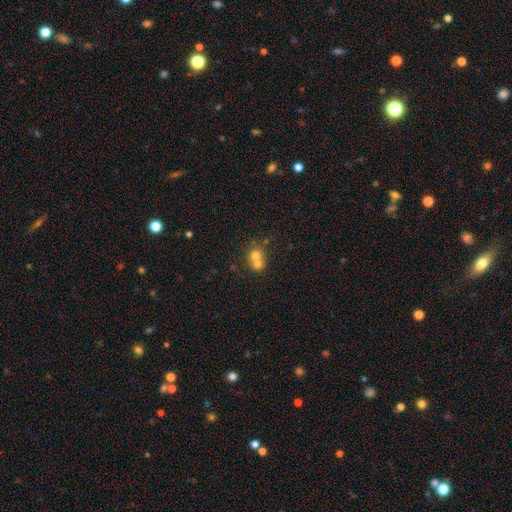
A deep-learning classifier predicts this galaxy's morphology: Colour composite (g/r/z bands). It shows a smooth galaxy with no disk features (68%) that is round (80%). Merging: merger (62%).